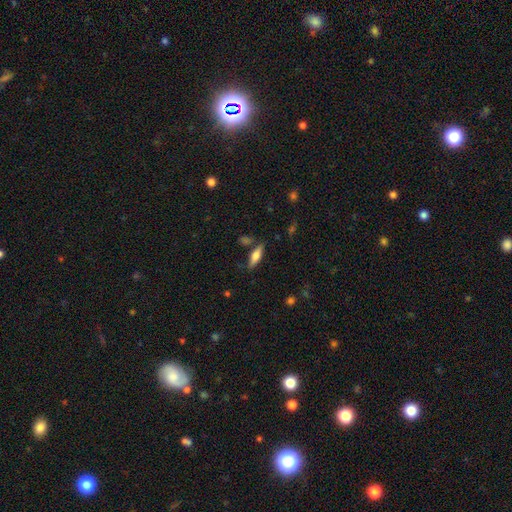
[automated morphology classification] Smooth or featured?
  - smooth: 61% *
  - featured or disk: 32%
  - star or artifact: 7%
How rounded?
  - cigar-shaped: 51% *
  - in between: 47%
  - round: 2%
Merging?
  - none: 78% *
  - minor disturbance: 12%
  - merger: 6%
  - major disturbance: 3%